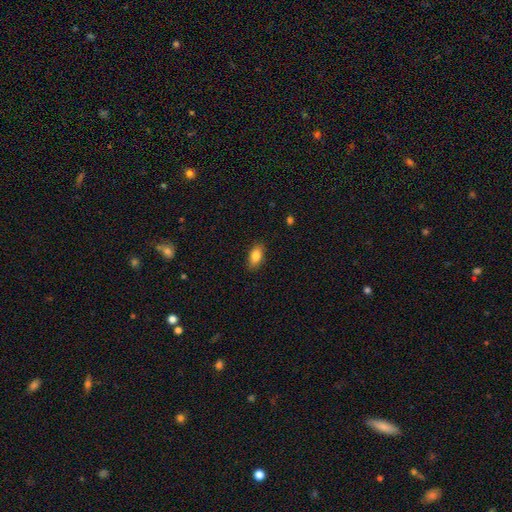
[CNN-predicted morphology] type=smooth (83%); roundness=in between (87%); merging=none (85%).